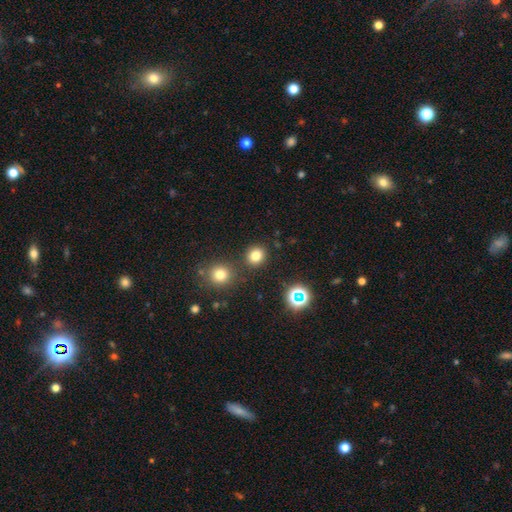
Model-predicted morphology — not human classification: Smooth or featured? smooth (79%)
How rounded? round (82%)
Merging? none (83%)